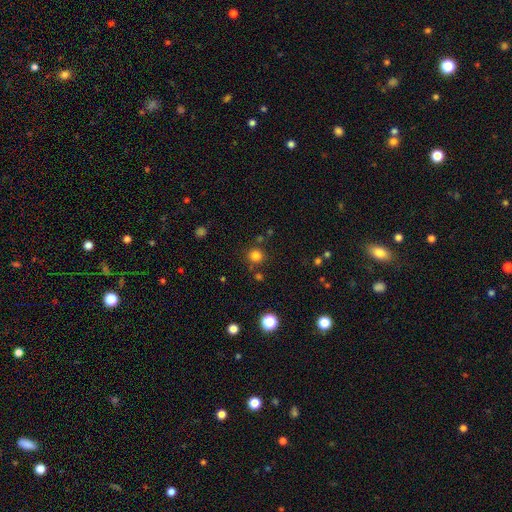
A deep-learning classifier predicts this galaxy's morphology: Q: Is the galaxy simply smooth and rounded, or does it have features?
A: smooth — 80%.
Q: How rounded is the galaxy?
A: round — 92%.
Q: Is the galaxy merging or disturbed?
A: none — 83%.